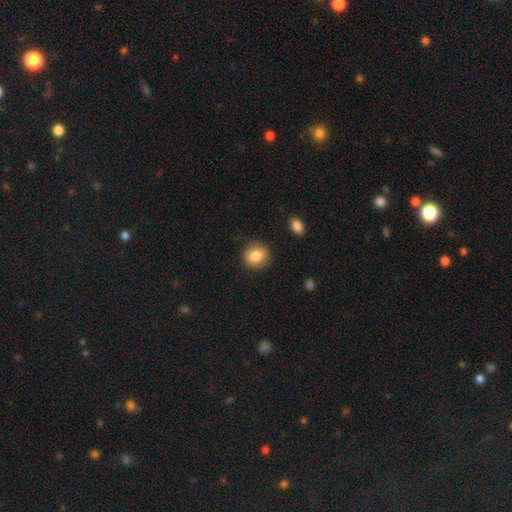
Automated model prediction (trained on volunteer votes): This is clearly a smooth galaxy (84%). How rounded: clearly round (81%). Merging: clearly none (86%).